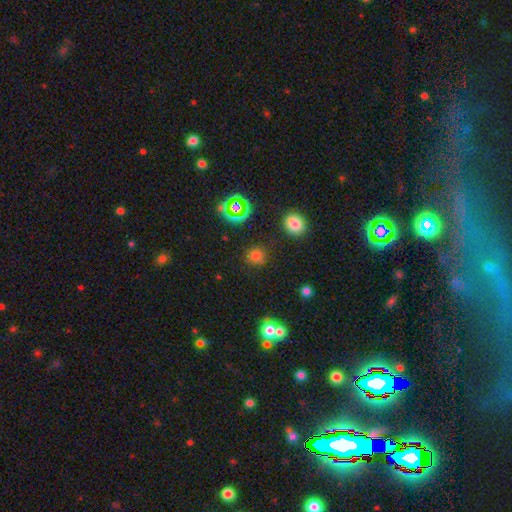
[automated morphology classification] smooth_or_featured: smooth (p=0.67) [alt: star or artifact p=0.26]
how_rounded: round (p=0.85) [alt: in between p=0.14]
merging: none (p=0.81) [alt: minor disturbance p=0.11]